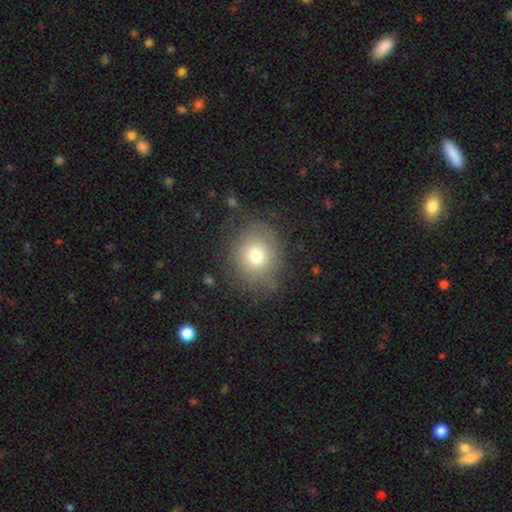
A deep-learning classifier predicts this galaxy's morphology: Smooth or featured? Predicted: smooth (p=0.74). How rounded? Predicted: round (p=0.80). Merging? Predicted: none (p=0.76).